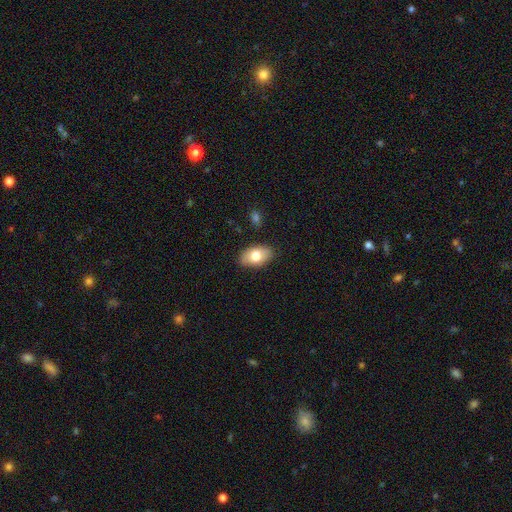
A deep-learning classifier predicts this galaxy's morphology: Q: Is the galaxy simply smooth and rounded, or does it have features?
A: smooth — 75%.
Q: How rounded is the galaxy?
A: in between — 91%.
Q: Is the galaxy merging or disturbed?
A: none — 84%.